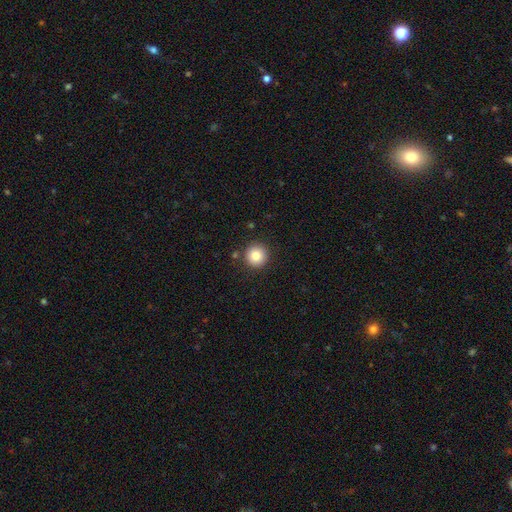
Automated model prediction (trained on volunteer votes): The model was most divided on "smooth or featured": smooth: 83%, star or artifact: 10%, featured or disk: 7%. More confident: how rounded — round (95%); merging — none (89%).